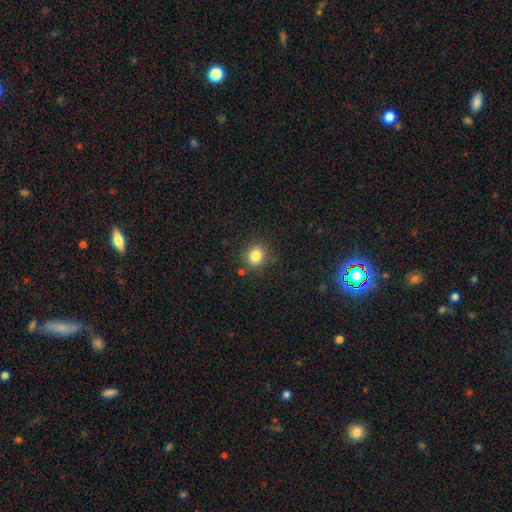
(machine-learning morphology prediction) This appears to be a smooth galaxy with no disk features (83%) that is round (73%). Merging: none (84%).